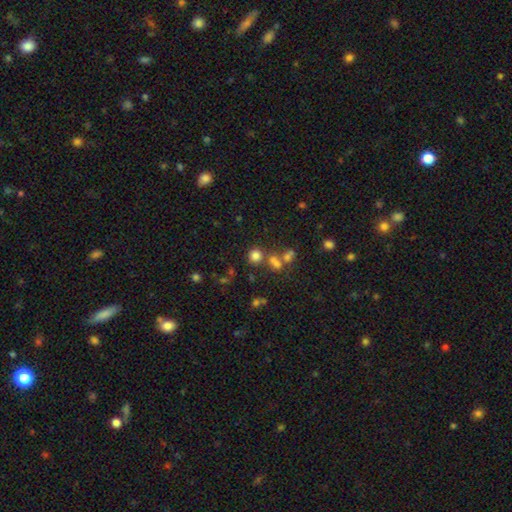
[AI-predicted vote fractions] A smooth galaxy with no disk features (75%) that is round (88%). Merging: none (69%).